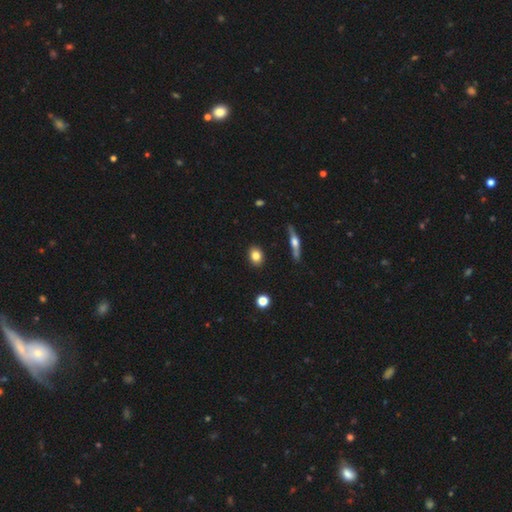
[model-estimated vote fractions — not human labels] Q: Smooth or featured?
A: smooth (81%); runner-up: featured or disk (11%)
Q: How rounded?
A: in between (51%); runner-up: round (47%)
Q: Merging?
A: none (89%); runner-up: minor disturbance (7%)